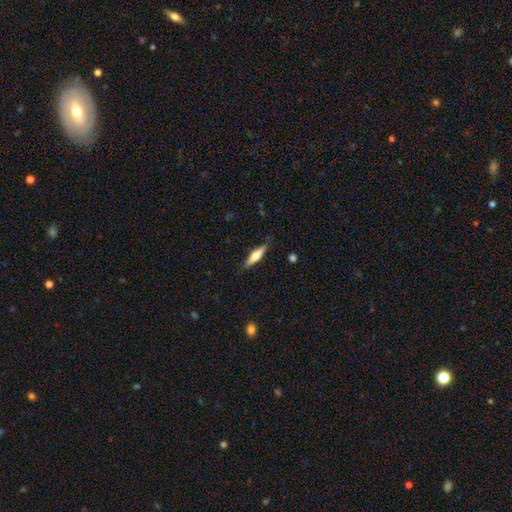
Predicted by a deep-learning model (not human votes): Smooth or featured: smooth — 53% (featured or disk — 41%)
How rounded: cigar-shaped — 73% (in between — 25%)
Merging: none — 85% (minor disturbance — 12%)